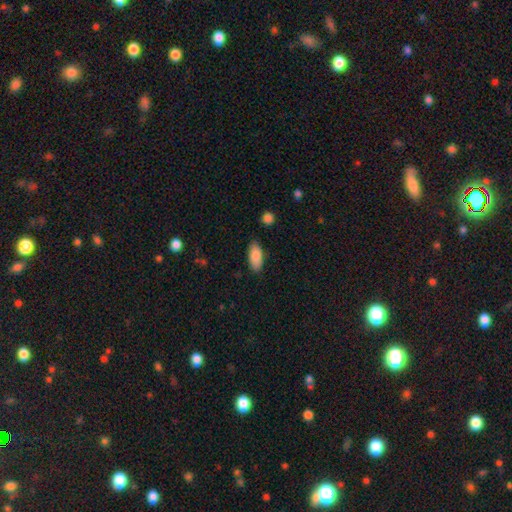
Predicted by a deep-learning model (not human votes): A smooth galaxy with no disk features (84%) that is in between round and cigar-shaped (86%). Merging: none (84%).